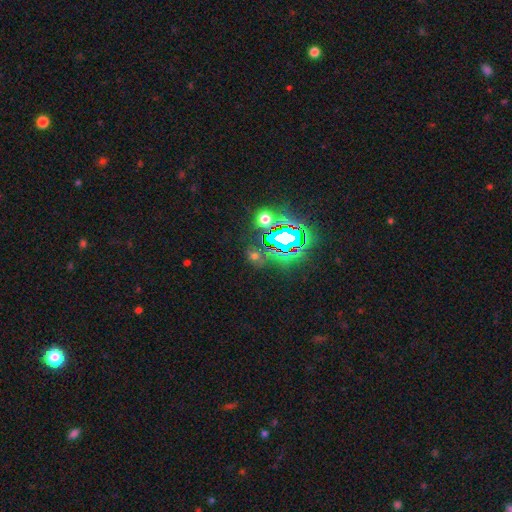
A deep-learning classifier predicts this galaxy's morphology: smooth-or-featured: star or artifact: 61% | smooth: 28% | featured or disk: 10%